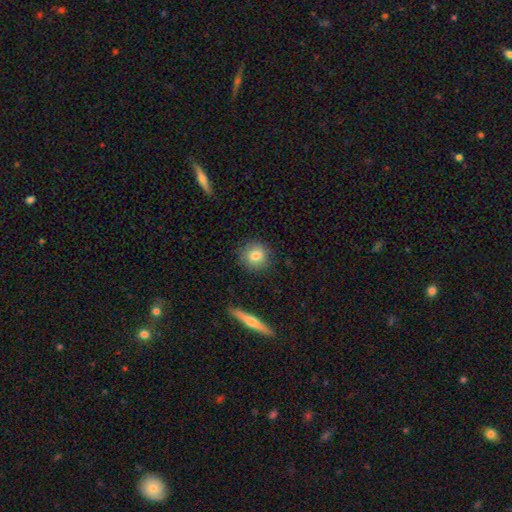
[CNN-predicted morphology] Smooth or featured: smooth — 79% (featured or disk — 13%)
How rounded: round — 88% (in between — 10%)
Merging: none — 86% (minor disturbance — 10%)